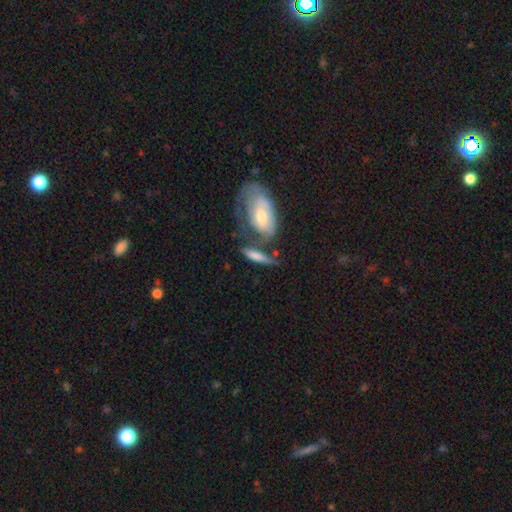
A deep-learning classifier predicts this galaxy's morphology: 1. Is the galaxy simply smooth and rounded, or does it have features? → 59% smooth, 35% featured or disk, 7% star or artifact.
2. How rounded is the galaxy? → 55% cigar-shaped, 42% in between, 4% round.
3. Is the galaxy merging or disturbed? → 42% none, 30% merger, 18% minor disturbance, 10% major disturbance.